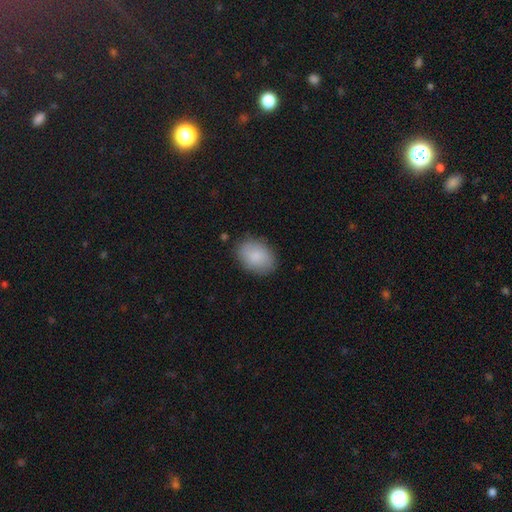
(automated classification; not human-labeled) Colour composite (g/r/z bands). It shows a smooth galaxy with no disk features (84%) that is in between round and cigar-shaped (77%). Merging: none (83%).